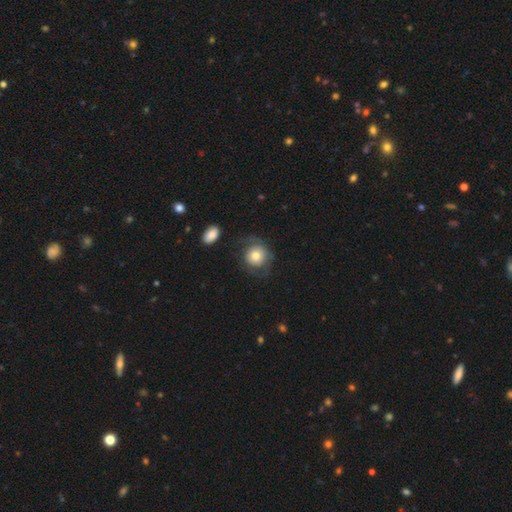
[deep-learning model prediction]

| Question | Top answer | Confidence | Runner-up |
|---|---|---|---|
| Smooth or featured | smooth | 64% | featured or disk (29%) |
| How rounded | round | 85% | in between (14%) |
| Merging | none | 58% | minor disturbance (21%) |